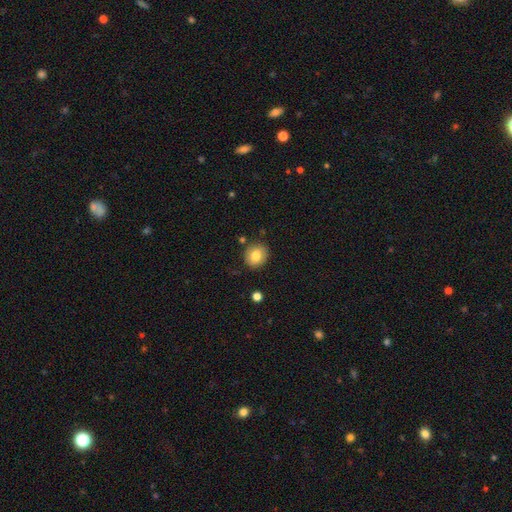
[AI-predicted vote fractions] The model was most divided on "how rounded": round: 76%, in between: 23%, cigar-shaped: 1%. More confident: merging — none (85%); smooth or featured — smooth (82%).